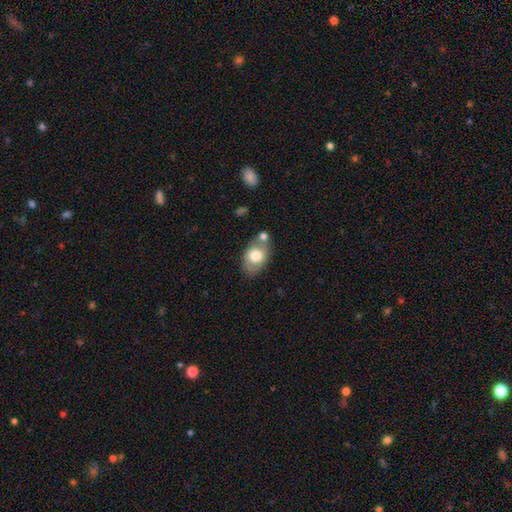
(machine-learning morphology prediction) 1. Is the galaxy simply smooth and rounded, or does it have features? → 67% smooth, 26% featured or disk, 7% star or artifact.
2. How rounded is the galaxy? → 84% in between, 14% round, 2% cigar-shaped.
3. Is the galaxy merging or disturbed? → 60% none, 18% merger, 17% minor disturbance, 5% major disturbance.